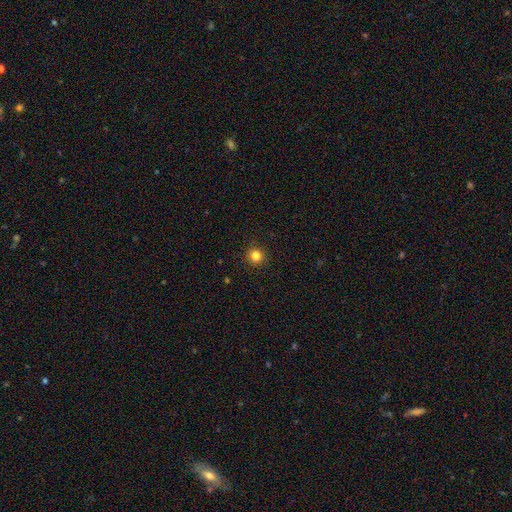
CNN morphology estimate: The model was most divided on "smooth or featured": smooth: 82%, star or artifact: 13%, featured or disk: 5%. More confident: how rounded — round (94%); merging — none (92%).